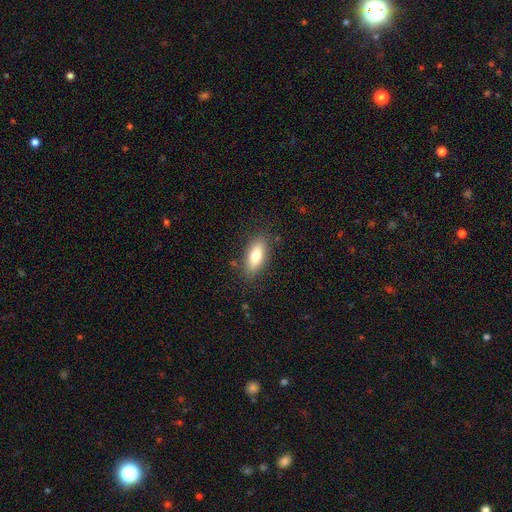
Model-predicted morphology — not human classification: A smooth galaxy with no disk features (74%) that is in between round and cigar-shaped (80%).

Vote fractions:
- Smooth or featured? smooth: 74% / featured or disk: 19% / star or artifact: 7%
- How rounded? in between: 80% / cigar-shaped: 16% / round: 4%
- Merging? none: 84% / minor disturbance: 12% / major disturbance: 3% / merger: 1%